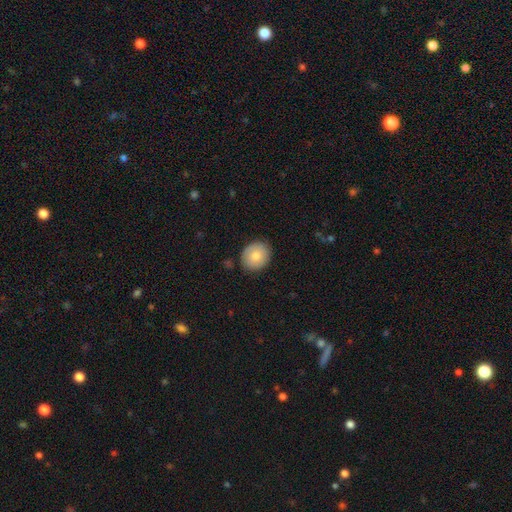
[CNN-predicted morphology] A smooth galaxy with no disk features (76%) that is round (66%).

Vote fractions:
- Smooth or featured? smooth: 76% / featured or disk: 18% / star or artifact: 7%
- How rounded? round: 66% / in between: 33% / cigar-shaped: 1%
- Merging? none: 84% / minor disturbance: 12% / major disturbance: 2% / merger: 1%